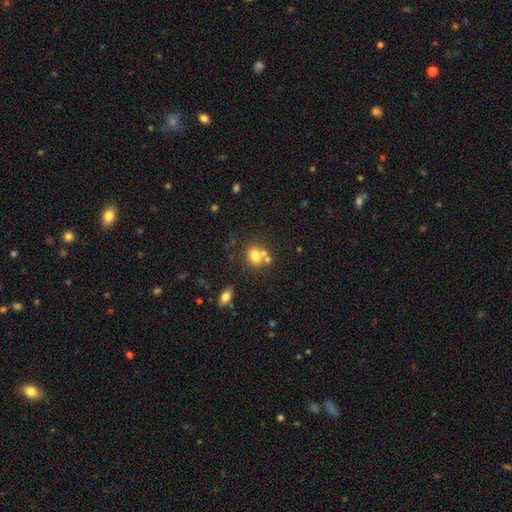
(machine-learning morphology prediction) smooth-or-featured: smooth: 74% | featured or disk: 14% | star or artifact: 13%
  how-rounded: round: 58% | in between: 41% | cigar-shaped: 1%
  merging: none: 54% | merger: 31% | minor disturbance: 11% | major disturbance: 4%